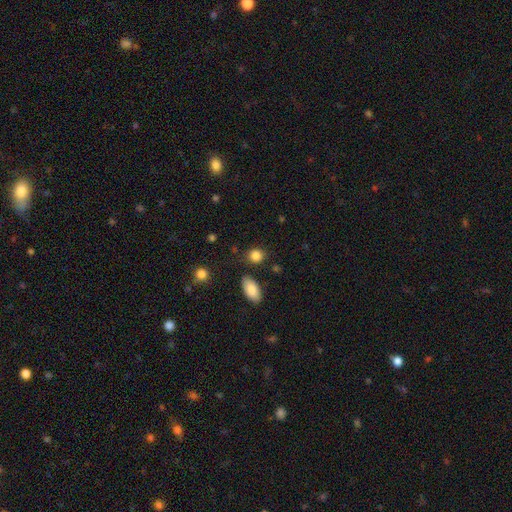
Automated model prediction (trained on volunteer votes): A smooth galaxy with no disk features (86%) that is round (66%).

Vote fractions:
- Smooth or featured? smooth: 86% / star or artifact: 9% / featured or disk: 5%
- How rounded? round: 66% / in between: 32% / cigar-shaped: 2%
- Merging? none: 81% / minor disturbance: 11% / merger: 5% / major disturbance: 3%